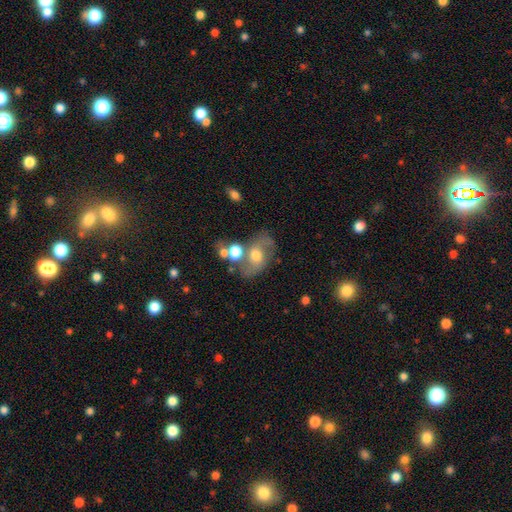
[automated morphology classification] Smooth or featured? featured or disk (45%)
Merging? none (51%)